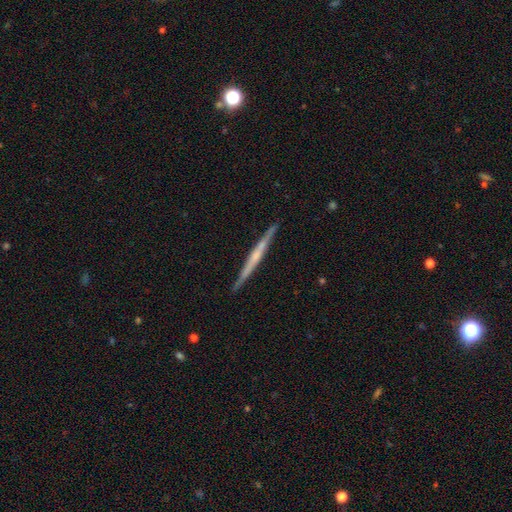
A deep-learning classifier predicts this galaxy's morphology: Smooth or featured? featured or disk (69%)
Edge-on disk? yes (98%)
Edge-on bulge? none (57%)
Merging? none (90%)